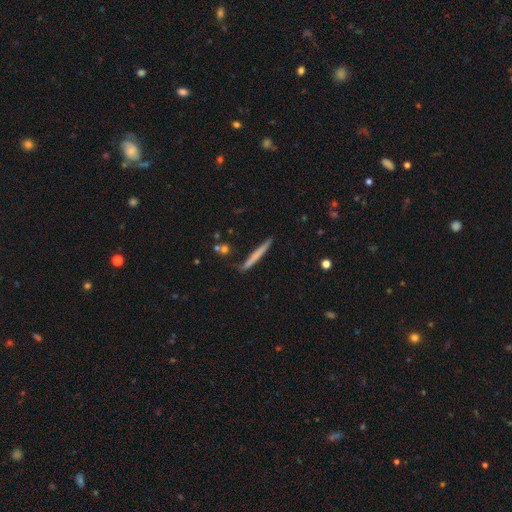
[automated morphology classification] smooth 61%, featured or disk 33%, star or artifact 6%. Down the decision tree: how rounded — cigar-shaped (97%); merging — none (85%).